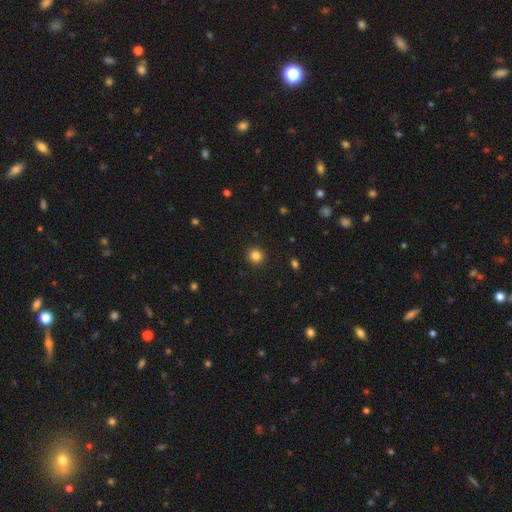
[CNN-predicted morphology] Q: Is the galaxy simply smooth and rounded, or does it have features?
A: smooth — 84%.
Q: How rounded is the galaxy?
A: round — 92%.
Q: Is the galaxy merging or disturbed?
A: none — 92%.